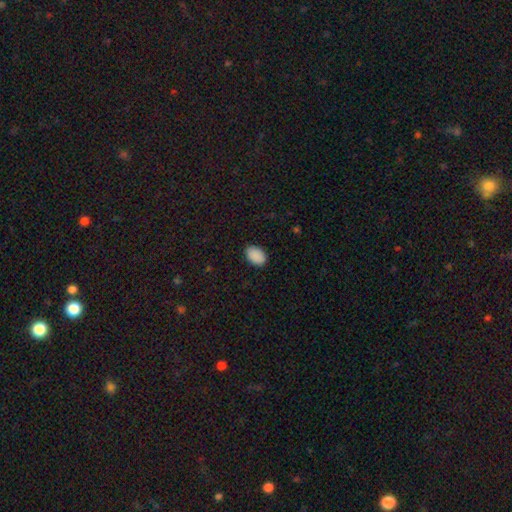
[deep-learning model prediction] smooth_or_featured: smooth (p=0.90) [alt: star or artifact p=0.08]
how_rounded: in between (p=0.85) [alt: round p=0.14]
merging: none (p=0.89) [alt: minor disturbance p=0.09]